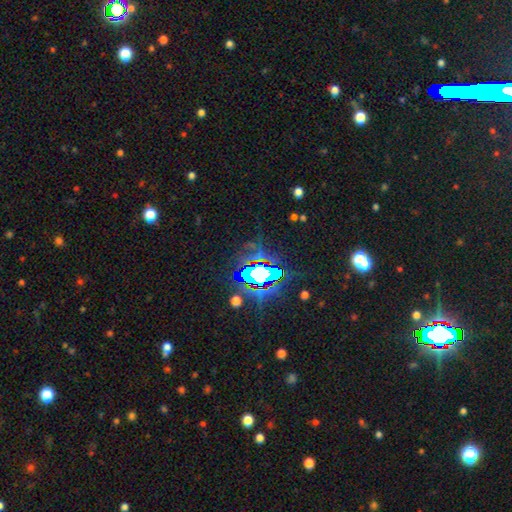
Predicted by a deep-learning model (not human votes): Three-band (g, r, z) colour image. It shows a star or artifact, not a galaxy (82%).